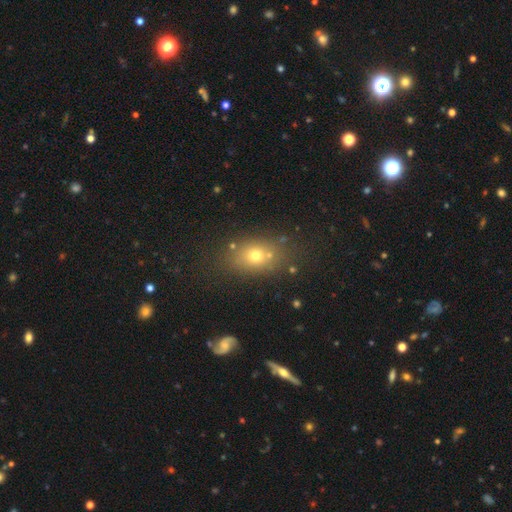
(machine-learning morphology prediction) A smooth galaxy with no disk features (67%) that is in between round and cigar-shaped (63%).

Vote fractions:
- Smooth or featured? smooth: 67% / star or artifact: 17% / featured or disk: 16%
- How rounded? in between: 63% / round: 35% / cigar-shaped: 2%
- Merging? none: 73% / minor disturbance: 13% / merger: 8% / major disturbance: 6%